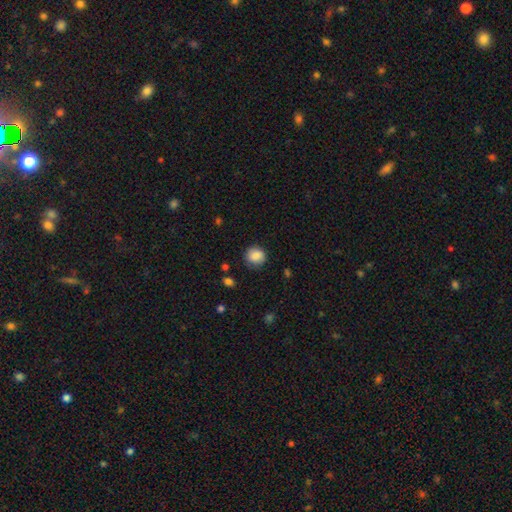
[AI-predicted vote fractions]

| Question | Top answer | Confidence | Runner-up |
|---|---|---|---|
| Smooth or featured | smooth | 86% | star or artifact (9%) |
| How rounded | round | 83% | in between (16%) |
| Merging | none | 83% | minor disturbance (13%) |